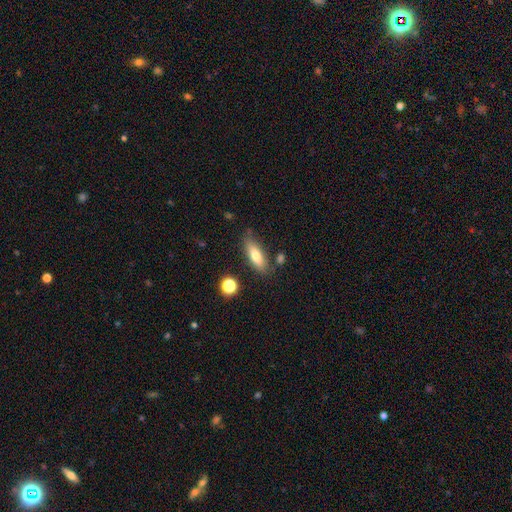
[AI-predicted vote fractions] Q: Smooth or featured?
A: smooth (72%); runner-up: featured or disk (20%)
Q: How rounded?
A: in between (60%); runner-up: cigar-shaped (37%)
Q: Merging?
A: none (76%); runner-up: minor disturbance (15%)